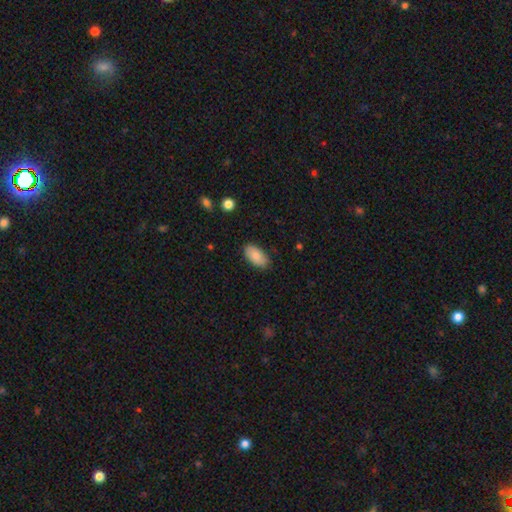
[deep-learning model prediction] The model was most divided on "merging": none: 85%, minor disturbance: 12%, major disturbance: 2%, merger: 1%. More confident: how rounded — in between (94%); smooth or featured — smooth (86%).